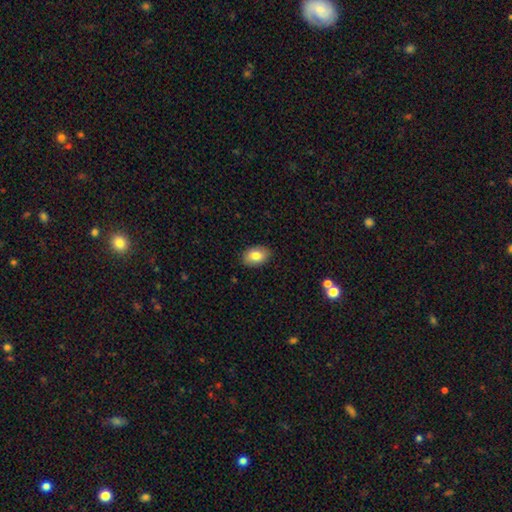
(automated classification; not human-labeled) Smooth or featured?
  - smooth: 81% *
  - featured or disk: 12%
  - star or artifact: 8%
How rounded?
  - in between: 85% *
  - round: 14%
  - cigar-shaped: 1%
Merging?
  - none: 89% *
  - minor disturbance: 8%
  - major disturbance: 2%
  - merger: 1%